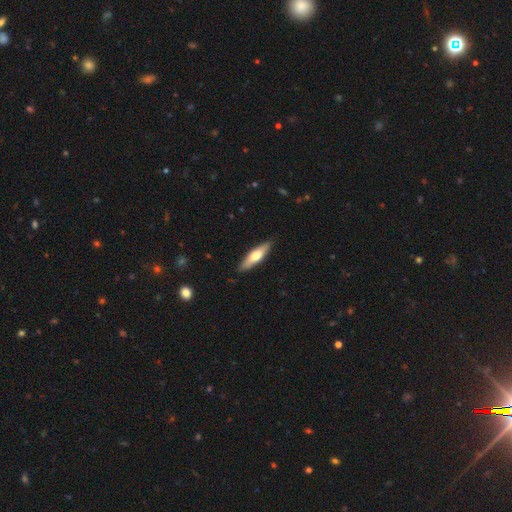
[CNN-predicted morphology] type=smooth (53%); roundness=cigar-shaped (66%); merging=none (88%).